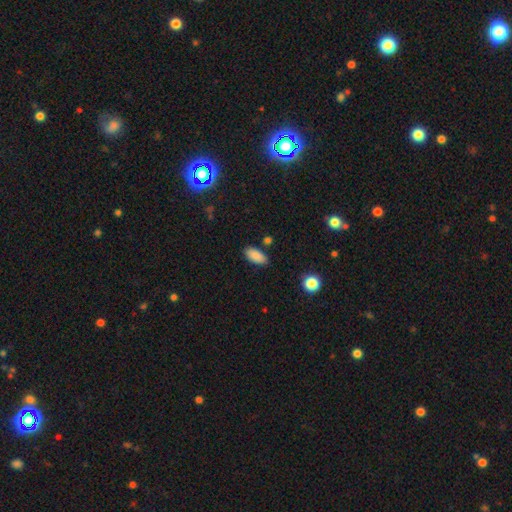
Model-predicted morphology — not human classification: type=smooth (87%); roundness=in between (91%); merging=none (81%).